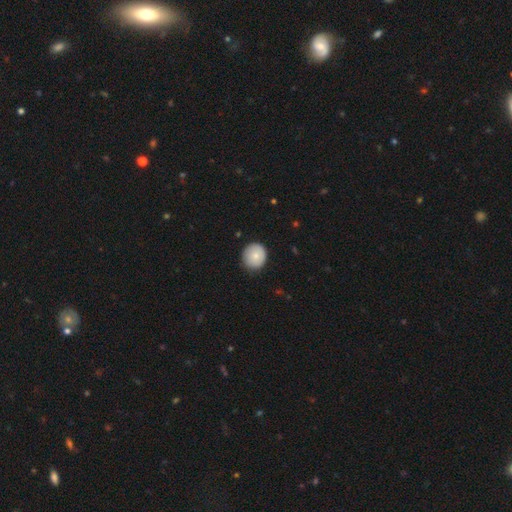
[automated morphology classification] type=smooth (78%); roundness=round (88%); merging=none (86%).